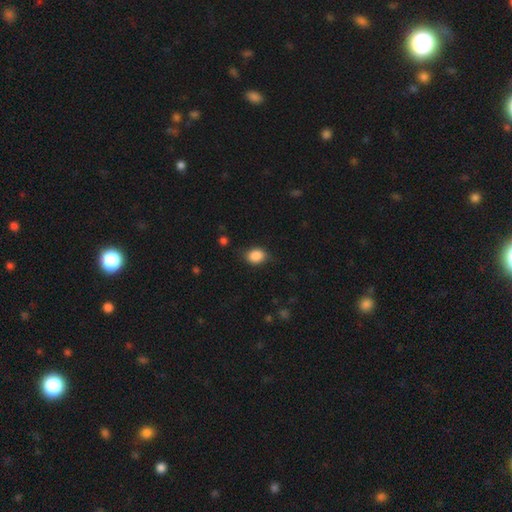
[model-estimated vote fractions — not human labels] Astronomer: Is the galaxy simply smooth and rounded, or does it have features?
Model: smooth — 85%.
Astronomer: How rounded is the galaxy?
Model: in between — 52% (runner-up: round, 46%).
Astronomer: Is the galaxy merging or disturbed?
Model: none — 73%.